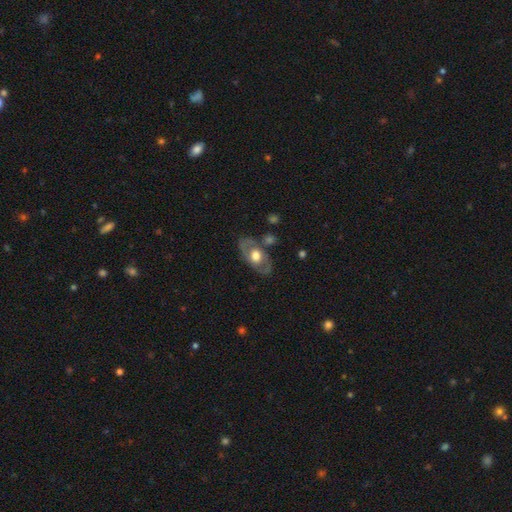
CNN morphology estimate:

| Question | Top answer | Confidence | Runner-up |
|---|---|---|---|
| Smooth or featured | featured or disk | 59% | smooth (35%) |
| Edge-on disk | no | 87% | yes (13%) |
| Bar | no | 81% | weak (15%) |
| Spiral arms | no | 65% | yes (35%) |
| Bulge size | moderate | 48% | large (44%) |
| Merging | none | 74% | minor disturbance (15%) |